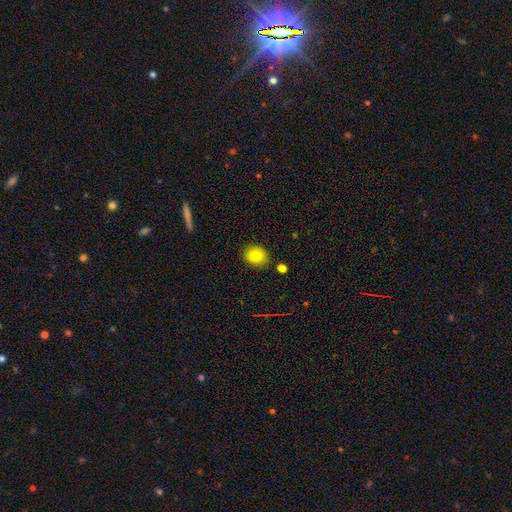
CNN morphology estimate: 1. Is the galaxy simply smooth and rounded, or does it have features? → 85% smooth, 10% star or artifact, 5% featured or disk.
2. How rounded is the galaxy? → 60% round, 38% in between, 1% cigar-shaped.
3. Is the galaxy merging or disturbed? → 84% none, 11% minor disturbance, 3% major disturbance, 3% merger.